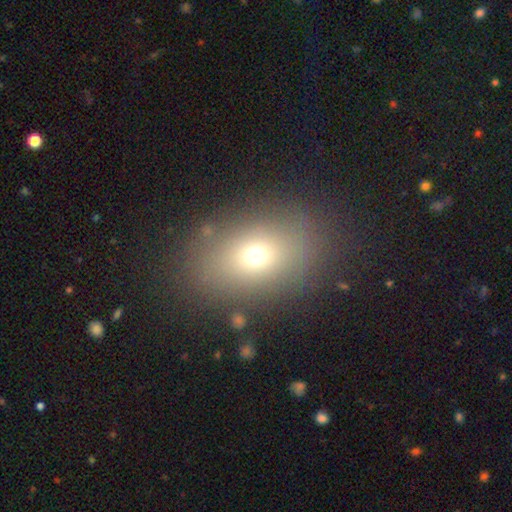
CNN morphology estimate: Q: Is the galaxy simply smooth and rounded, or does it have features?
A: smooth — 68%.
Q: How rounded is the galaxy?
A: in between — 71%.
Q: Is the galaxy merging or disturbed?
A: none — 83%.